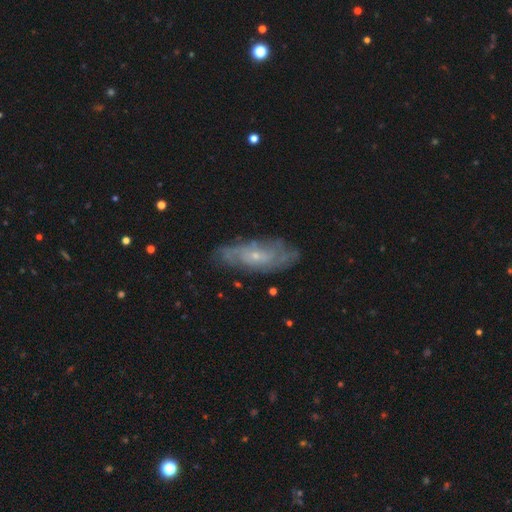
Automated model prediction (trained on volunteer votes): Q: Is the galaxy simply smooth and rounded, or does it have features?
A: featured or disk — 75%.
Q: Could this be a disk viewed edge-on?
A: no — 87%.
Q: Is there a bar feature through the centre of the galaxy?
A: no — 73%.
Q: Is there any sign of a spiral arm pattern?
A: yes — 86%.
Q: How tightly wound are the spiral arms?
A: tight — 56%.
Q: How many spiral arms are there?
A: can't tell — 52%.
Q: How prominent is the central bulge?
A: small — 79%.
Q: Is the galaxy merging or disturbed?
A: none — 77%.